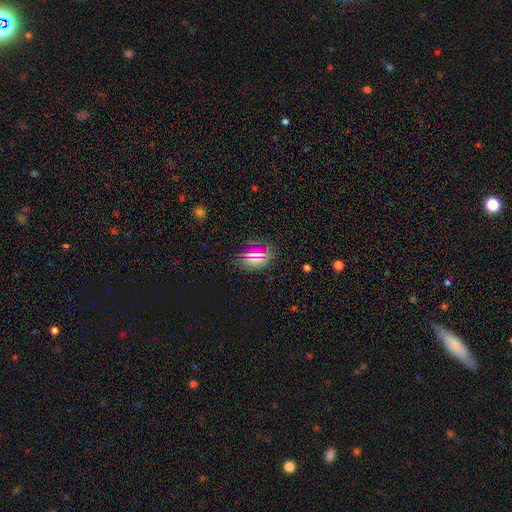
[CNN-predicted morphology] Smooth or featured? Predicted: smooth (p=0.60). How rounded? Predicted: in between (p=0.61). Merging? Predicted: none (p=0.80).